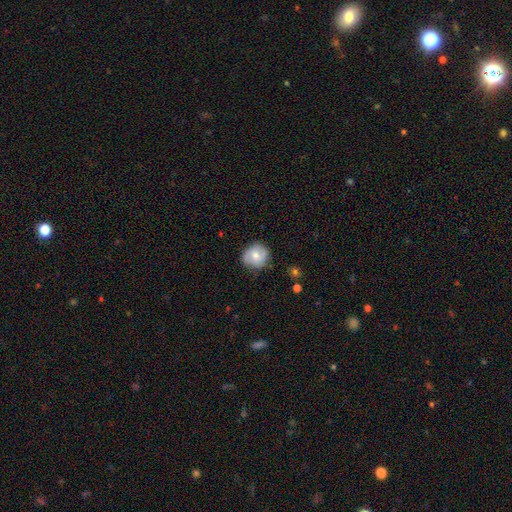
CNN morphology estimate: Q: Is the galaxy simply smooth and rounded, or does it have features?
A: smooth — 48%.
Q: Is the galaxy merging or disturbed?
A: none — 78%.